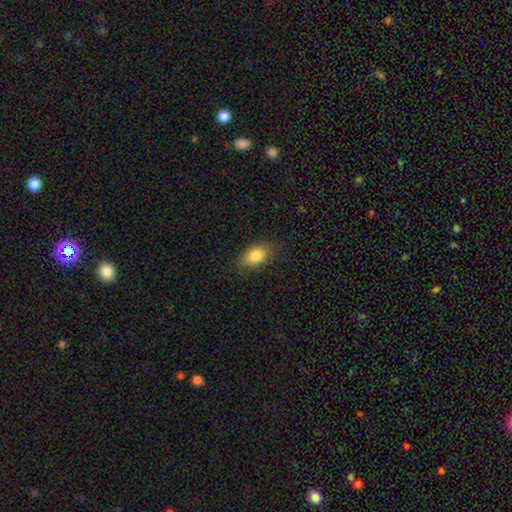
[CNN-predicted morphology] This is clearly a smooth galaxy (82%). How rounded: likely in between (80%). Merging: likely none (76%).